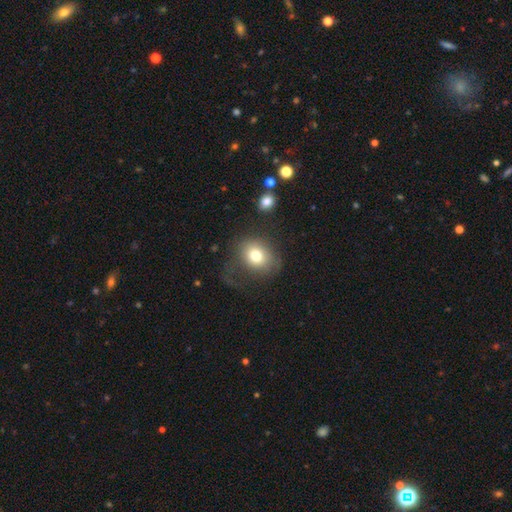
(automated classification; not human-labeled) smooth 75%, featured or disk 14%, star or artifact 10%. Down the decision tree: how rounded — round (57%); merging — none (53%).